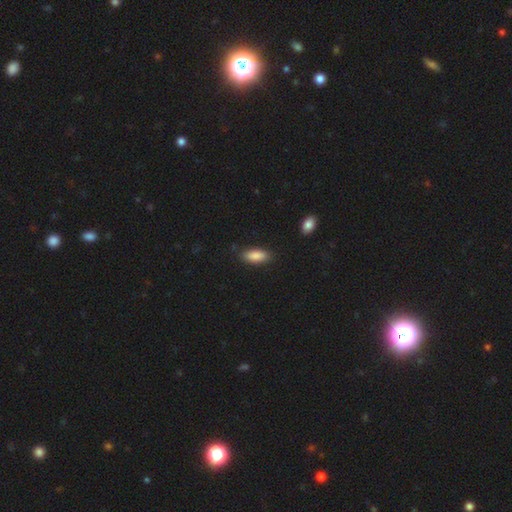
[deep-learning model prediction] smooth-or-featured: smooth: 88% | star or artifact: 7% | featured or disk: 5%
  how-rounded: in between: 81% | cigar-shaped: 17% | round: 2%
  merging: none: 84% | minor disturbance: 12% | major disturbance: 3% | merger: 2%